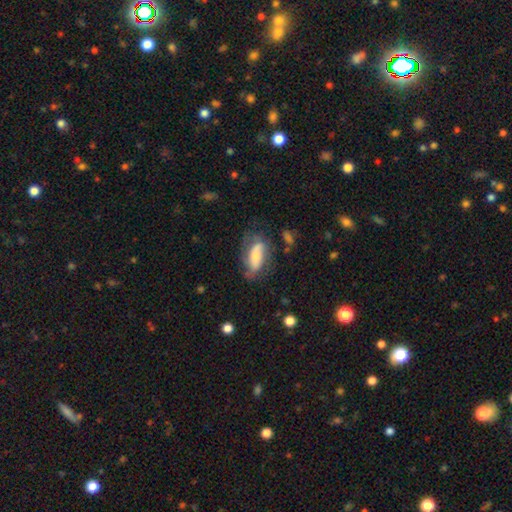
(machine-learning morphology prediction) featured or disk 51%, smooth 42%, star or artifact 7%. Down the decision tree: edge-on disk — no (87%); merging — none (54%).